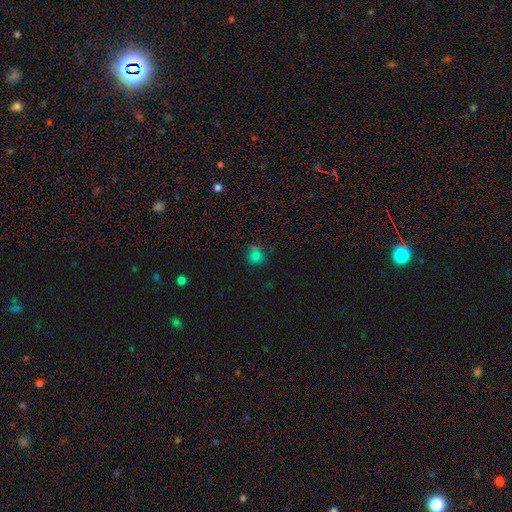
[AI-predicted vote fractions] A smooth galaxy with no disk features (70%) that is round (89%).

Vote fractions:
- Smooth or featured? smooth: 70% / star or artifact: 25% / featured or disk: 5%
- How rounded? round: 89% / in between: 10% / cigar-shaped: 1%
- Merging? none: 75% / minor disturbance: 13% / merger: 8% / major disturbance: 4%